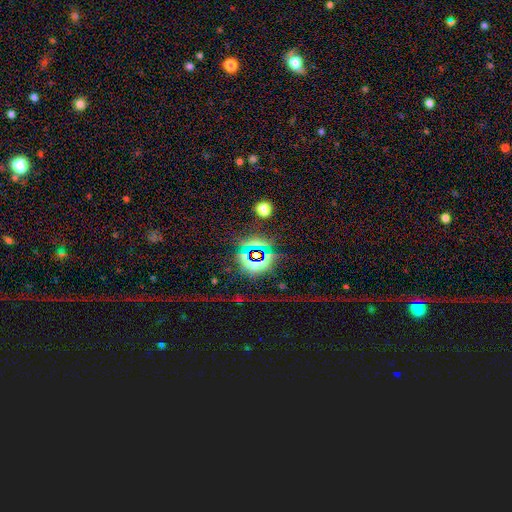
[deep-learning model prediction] smooth-or-featured: star or artifact: 81% | smooth: 9% | featured or disk: 9%